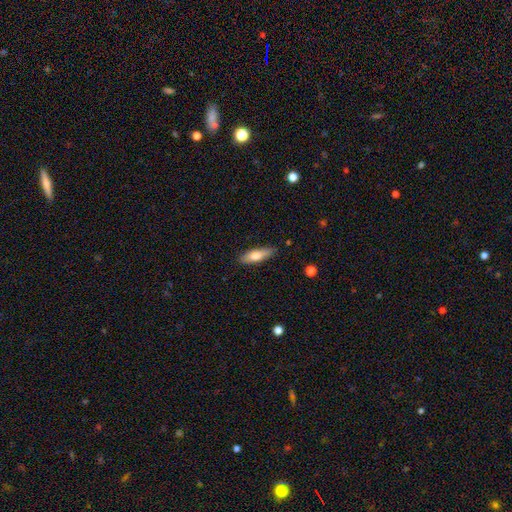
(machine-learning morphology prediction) smooth_or_featured: smooth (p=0.71) [alt: featured or disk p=0.23]
how_rounded: cigar-shaped (p=0.51) [alt: in between p=0.47]
merging: none (p=0.85) [alt: minor disturbance p=0.12]